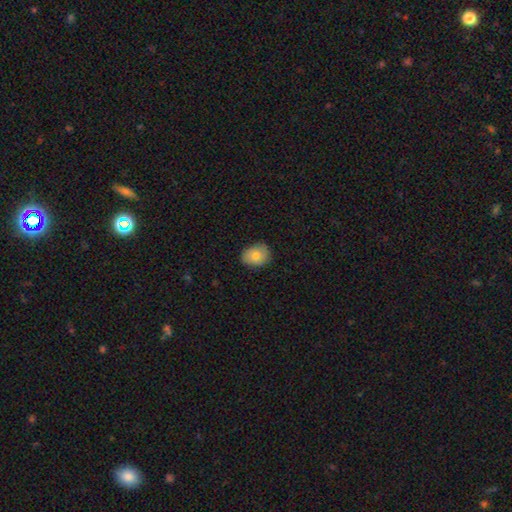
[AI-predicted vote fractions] smooth-or-featured: smooth: 74% | featured or disk: 18% | star or artifact: 8%
  how-rounded: round: 50% | in between: 49% | cigar-shaped: 1%
  merging: none: 77% | minor disturbance: 19% | major disturbance: 3% | merger: 1%